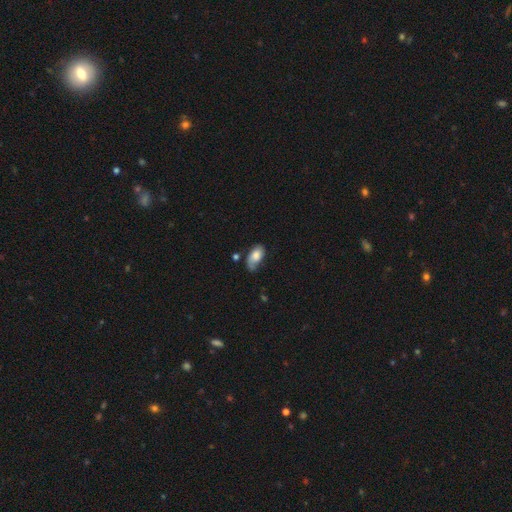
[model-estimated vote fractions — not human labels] Overall: smooth (66%; featured or disk 26%). How rounded: in between (92%). Merging: none (45%; minor disturbance 35%).